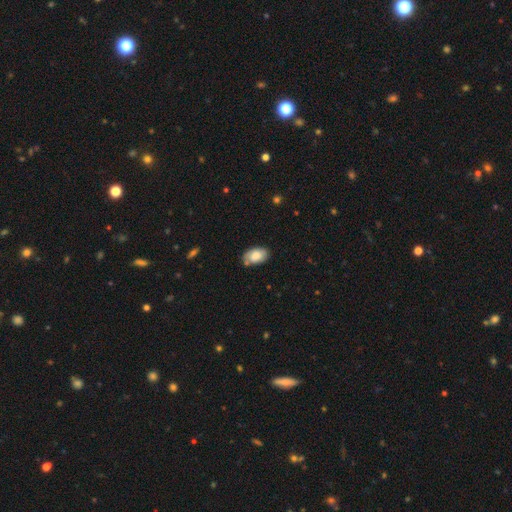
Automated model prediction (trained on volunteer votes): smooth-or-featured: smooth: 75% | featured or disk: 18% | star or artifact: 7%
  how-rounded: in between: 93% | round: 6% | cigar-shaped: 1%
  merging: none: 70% | minor disturbance: 21% | merger: 4% | major disturbance: 4%